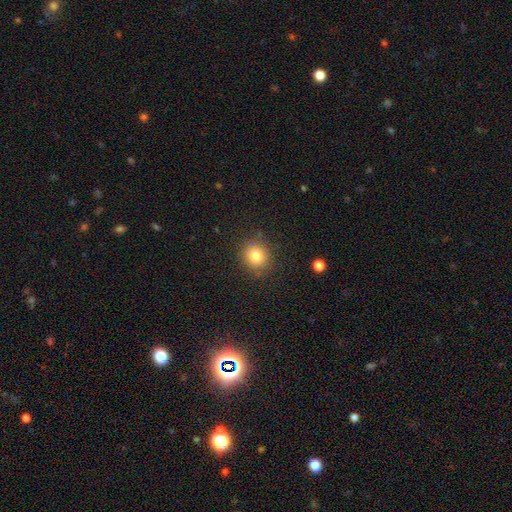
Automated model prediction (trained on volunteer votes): Smooth or featured? smooth (80%)
How rounded? round (86%)
Merging? none (87%)